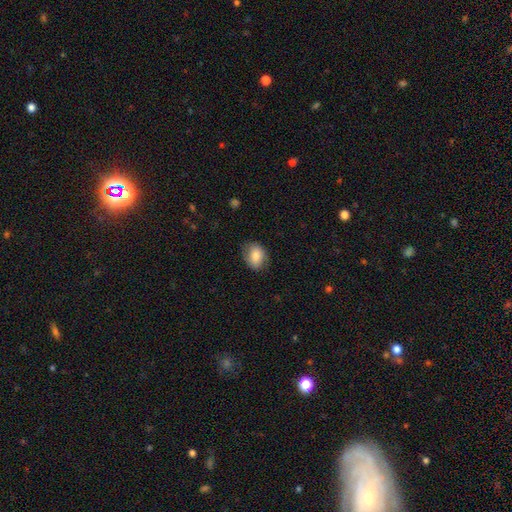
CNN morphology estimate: This appears to be a smooth galaxy with no disk features (76%) that is in between round and cigar-shaped (59%). Merging: none (77%).